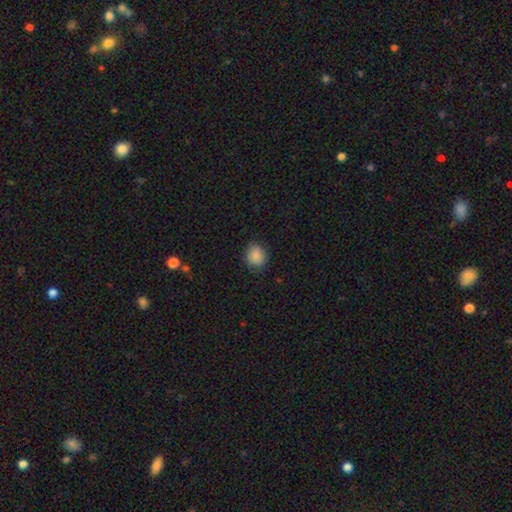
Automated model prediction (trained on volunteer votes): Q: Smooth or featured?
A: smooth (87%); runner-up: star or artifact (8%)
Q: How rounded?
A: round (68%); runner-up: in between (31%)
Q: Merging?
A: none (79%); runner-up: minor disturbance (16%)